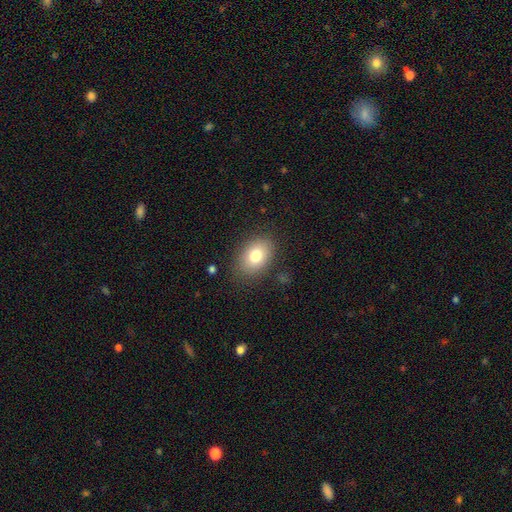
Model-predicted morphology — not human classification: Smooth or featured? smooth (79%)
How rounded? in between (78%)
Merging? none (83%)